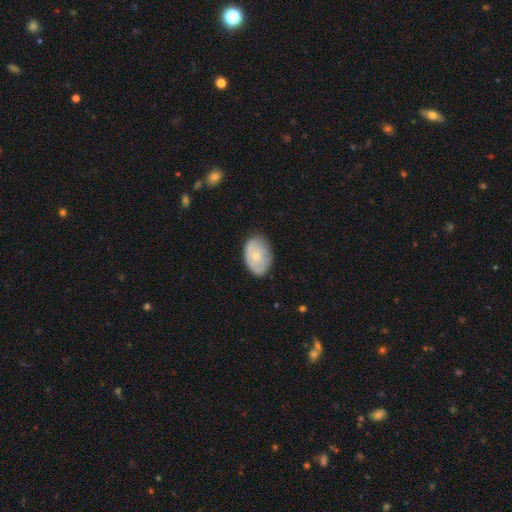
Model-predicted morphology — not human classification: A smooth galaxy with no disk features (58%) that is in between round and cigar-shaped (84%). Merging: none (76%).